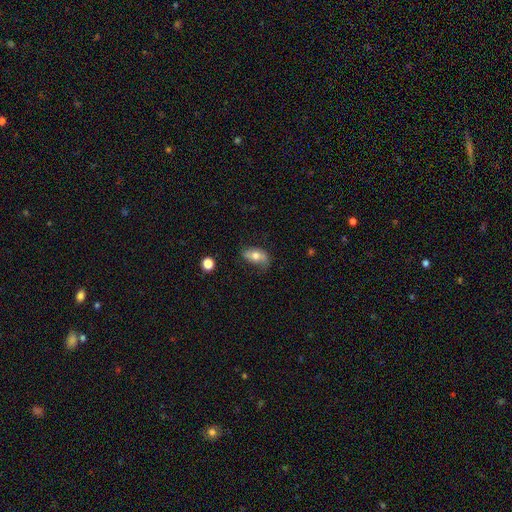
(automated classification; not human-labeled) smooth_or_featured: smooth (p=0.58) [alt: featured or disk p=0.34]
how_rounded: in between (p=0.89) [alt: round p=0.07]
merging: none (p=0.61) [alt: minor disturbance p=0.28]